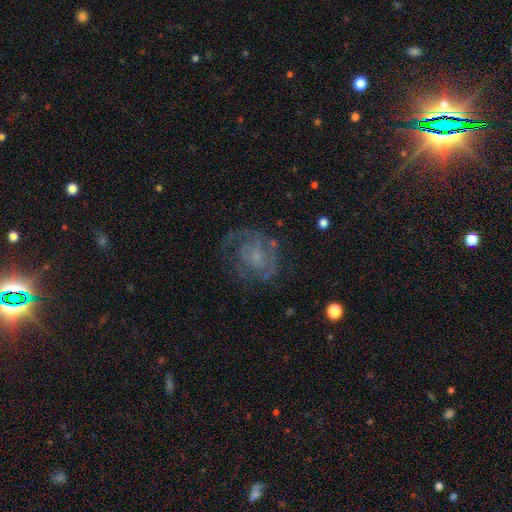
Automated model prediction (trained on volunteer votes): The model was most divided on "spiral winding": tight: 42%, medium: 41%, loose: 18%. Remaining: edge-on disk — no (98%); spiral arms — yes (78%); smooth or featured — featured or disk (69%); bar — no (69%); merging — none (56%); bulge size — small (49%); spiral arm count — can't tell (36%).